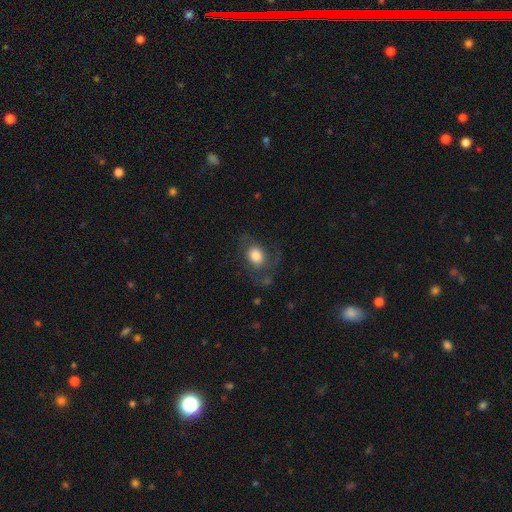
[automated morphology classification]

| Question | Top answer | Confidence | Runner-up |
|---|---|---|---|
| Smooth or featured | smooth | 59% | featured or disk (33%) |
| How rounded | in between | 53% | round (46%) |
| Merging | none | 51% | major disturbance (24%) |